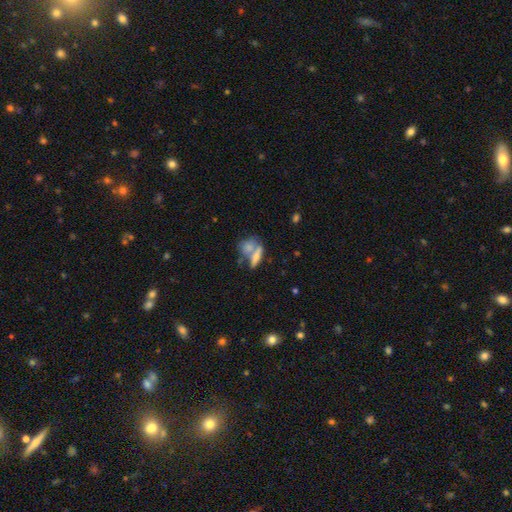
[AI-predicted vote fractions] Overall: smooth (59%; featured or disk 27%). How rounded: in between (63%). Merging: merger (54%; none 31%).